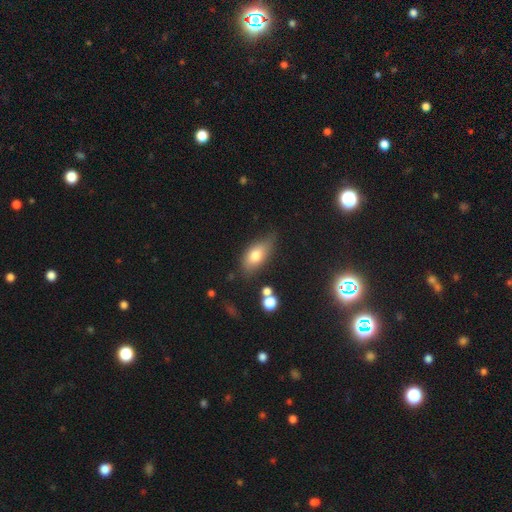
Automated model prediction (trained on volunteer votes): This appears to be a smooth galaxy with no disk features (73%) that is in between round and cigar-shaped (85%). Merging: none (64%).